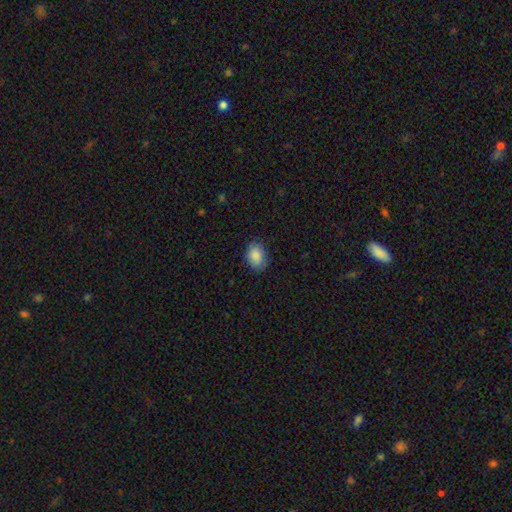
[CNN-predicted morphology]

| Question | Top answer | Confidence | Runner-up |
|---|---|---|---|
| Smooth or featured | smooth | 87% | star or artifact (7%) |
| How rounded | in between | 79% | round (20%) |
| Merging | none | 83% | minor disturbance (13%) |